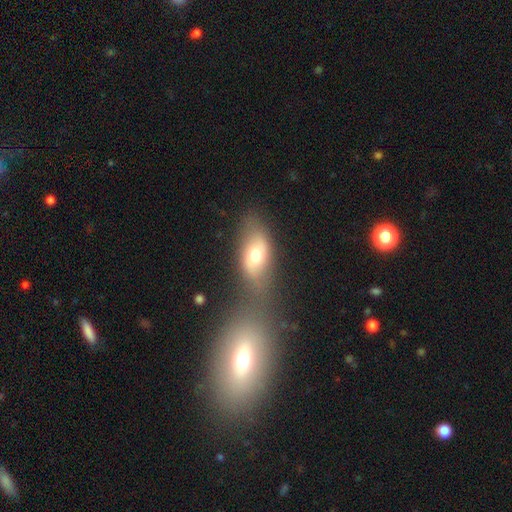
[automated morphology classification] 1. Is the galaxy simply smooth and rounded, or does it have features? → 63% smooth, 28% featured or disk, 9% star or artifact.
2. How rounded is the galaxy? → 84% in between, 9% round, 7% cigar-shaped.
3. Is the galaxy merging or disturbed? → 48% none, 31% merger, 14% minor disturbance, 7% major disturbance.